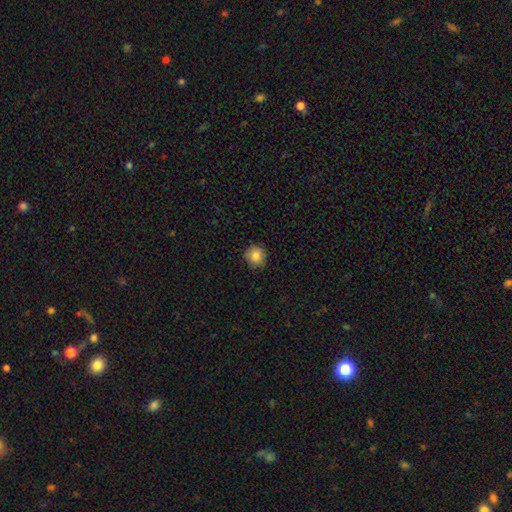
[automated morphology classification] This is clearly a smooth galaxy (84%). How rounded: clearly round (91%). Merging: clearly none (88%).